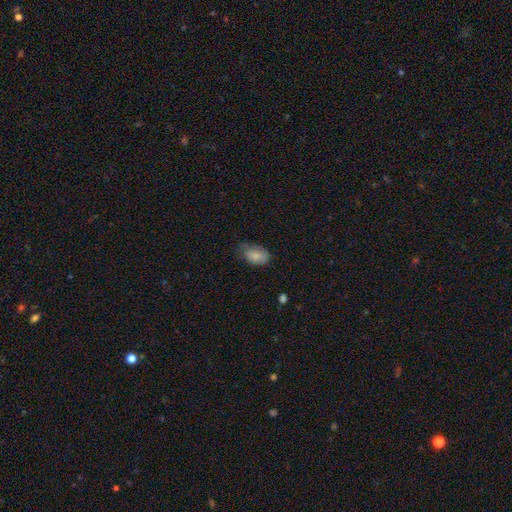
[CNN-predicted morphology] Smooth or featured: smooth — 80% (featured or disk — 13%)
How rounded: in between — 89% (round — 9%)
Merging: none — 44% (minor disturbance — 39%)